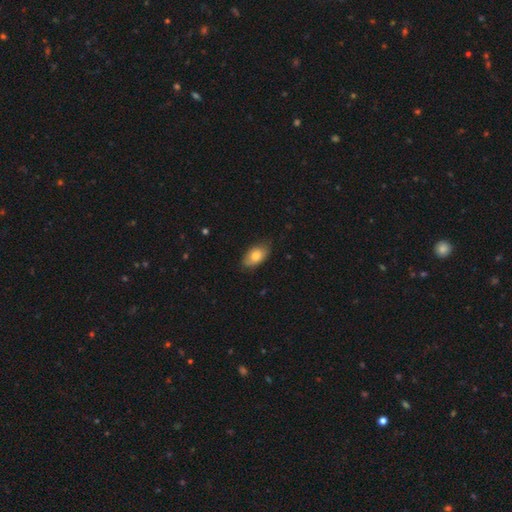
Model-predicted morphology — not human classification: A smooth galaxy with no disk features (78%) that is in between round and cigar-shaped (91%). Merging: none (76%).